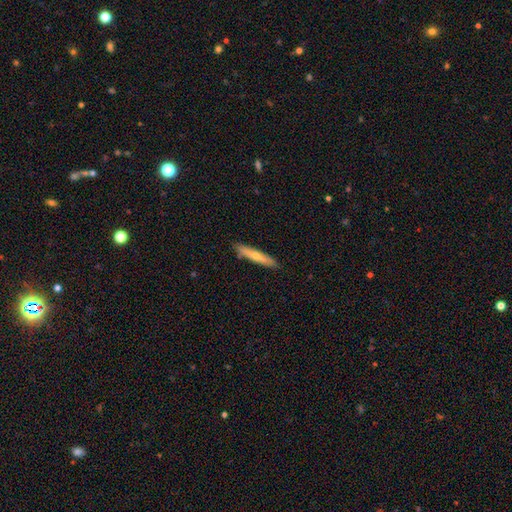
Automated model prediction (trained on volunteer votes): Morphology: type=smooth (49%); merging=none (90%).